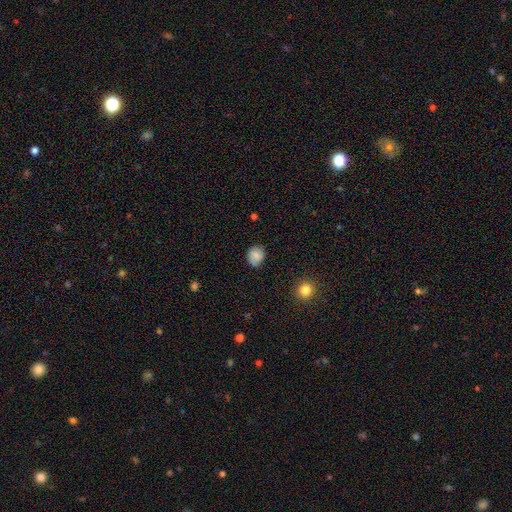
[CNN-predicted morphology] smooth-or-featured: smooth: 80% | featured or disk: 11% | star or artifact: 9%
  how-rounded: round: 74% | in between: 25% | cigar-shaped: 1%
  merging: none: 79% | minor disturbance: 17% | major disturbance: 3% | merger: 2%